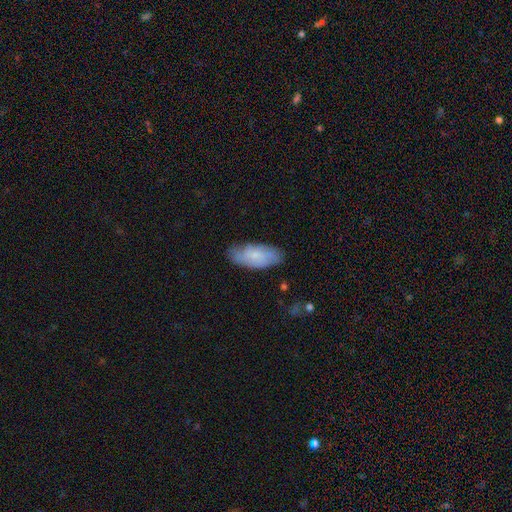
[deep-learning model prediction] This appears to be a smooth galaxy with no disk features (55%) that is in between round and cigar-shaped (87%). Merging: none (73%).